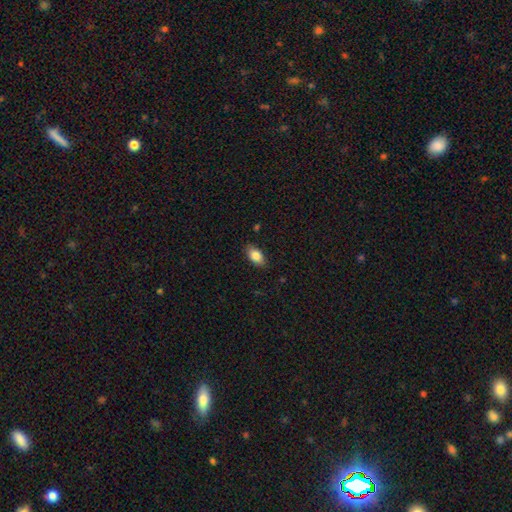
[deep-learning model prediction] A smooth galaxy with no disk features (84%) that is in between round and cigar-shaped (91%). Merging: none (85%).